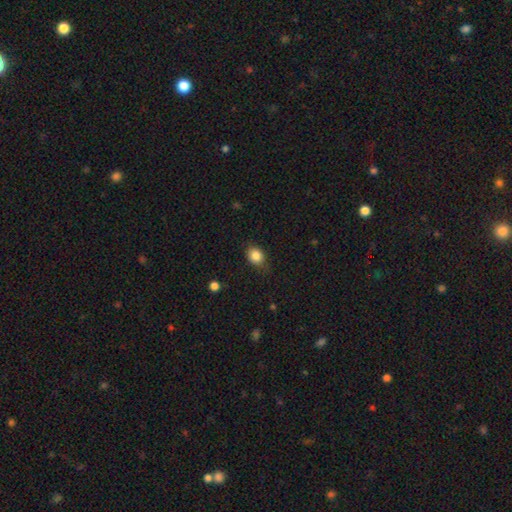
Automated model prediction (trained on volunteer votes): A smooth galaxy with no disk features (84%) that is round (55%). Merging: none (73%).